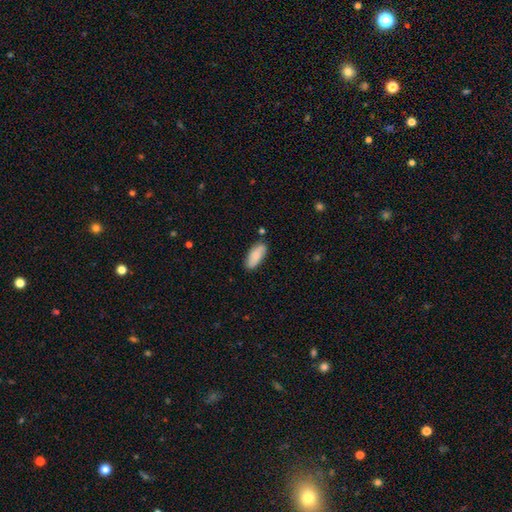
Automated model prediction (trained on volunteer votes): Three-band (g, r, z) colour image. It shows a smooth galaxy with no disk features (81%) that is in between round and cigar-shaped (83%). Merging: none (82%).